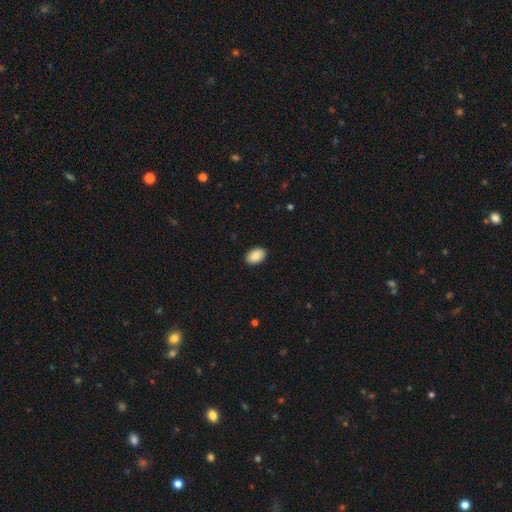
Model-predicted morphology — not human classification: Smooth or featured: smooth — 89% (star or artifact — 7%)
How rounded: in between — 90% (round — 9%)
Merging: none — 89% (minor disturbance — 8%)